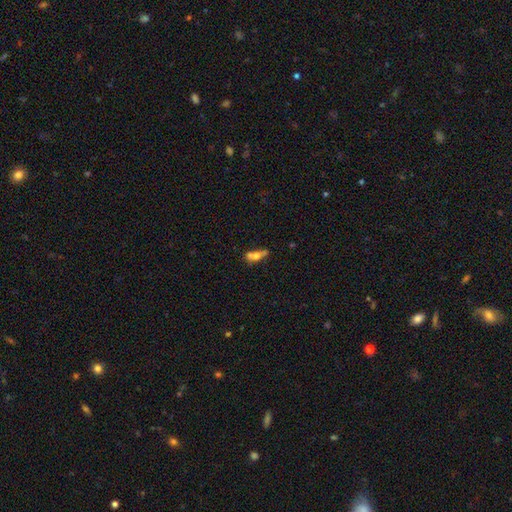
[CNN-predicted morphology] type=smooth (56%); roundness=in between (55%); merging=merger (55%).